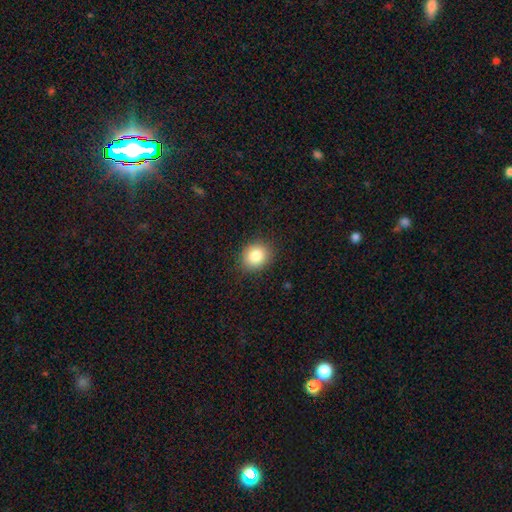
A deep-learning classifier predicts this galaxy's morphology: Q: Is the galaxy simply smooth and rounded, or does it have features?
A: smooth — 85%.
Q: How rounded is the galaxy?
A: round — 65%.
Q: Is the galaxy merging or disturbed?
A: none — 87%.